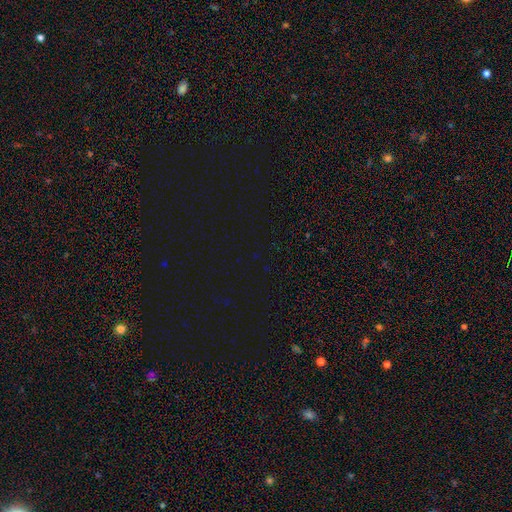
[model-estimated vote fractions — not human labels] Smooth or featured? Predicted: star or artifact (p=0.76).